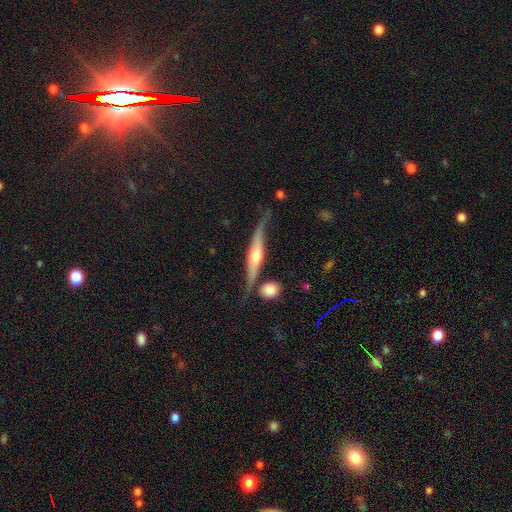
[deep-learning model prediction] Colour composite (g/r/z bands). It shows a featured or disk galaxy (75%) viewed edge-on (91%) with a rounded central bulge (89%). Merging: none (60%).